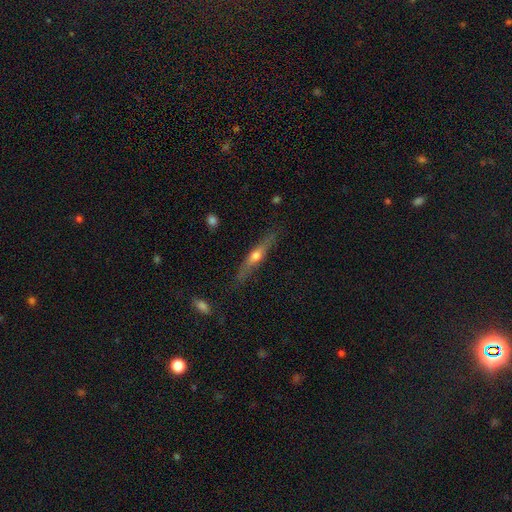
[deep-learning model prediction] A featured or disk galaxy (62%) viewed edge-on (94%) with a rounded central bulge (90%).

Vote fractions:
- Smooth or featured? featured or disk: 62% / smooth: 31% / star or artifact: 6%
- Edge-on disk? yes: 94% / no: 6%
- Edge-on bulge? rounded: 90% / none: 7% / boxy: 4%
- Merging? none: 83% / minor disturbance: 12% / major disturbance: 3% / merger: 2%